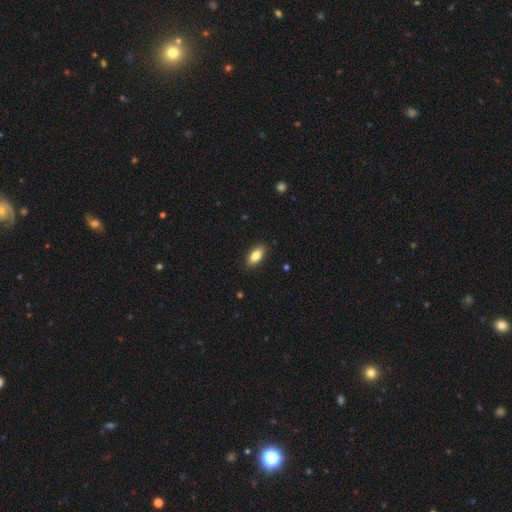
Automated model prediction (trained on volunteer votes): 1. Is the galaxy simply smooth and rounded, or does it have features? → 81% smooth, 12% featured or disk, 7% star or artifact.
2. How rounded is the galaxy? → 86% in between, 10% cigar-shaped, 3% round.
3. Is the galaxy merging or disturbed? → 88% none, 9% minor disturbance, 2% major disturbance, 1% merger.